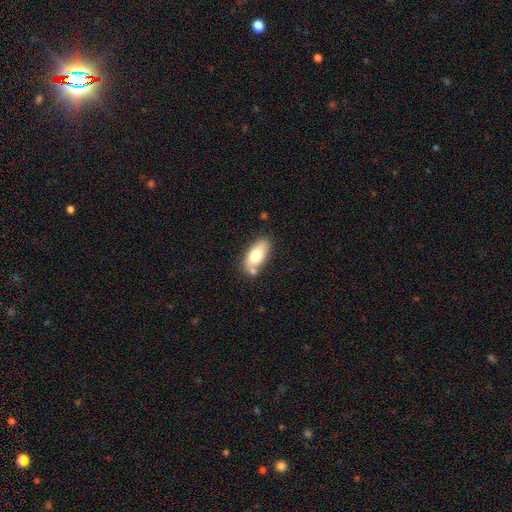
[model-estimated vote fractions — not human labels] smooth-or-featured: smooth: 70% | featured or disk: 23% | star or artifact: 7%
  how-rounded: in between: 89% | cigar-shaped: 8% | round: 3%
  merging: none: 68% | minor disturbance: 17% | merger: 11% | major disturbance: 4%